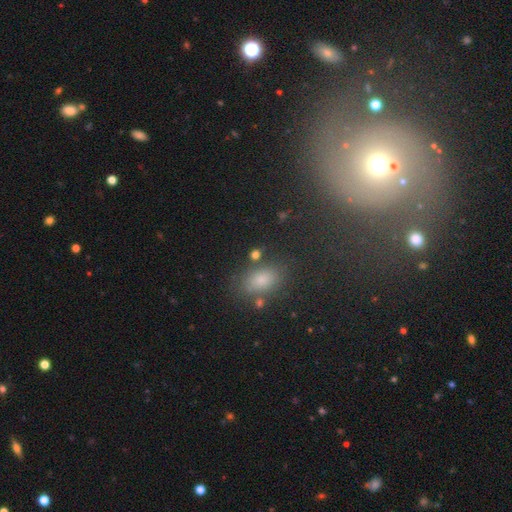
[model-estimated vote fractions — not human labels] Smooth or featured? smooth (69%)
How rounded? in between (84%)
Merging? none (79%)